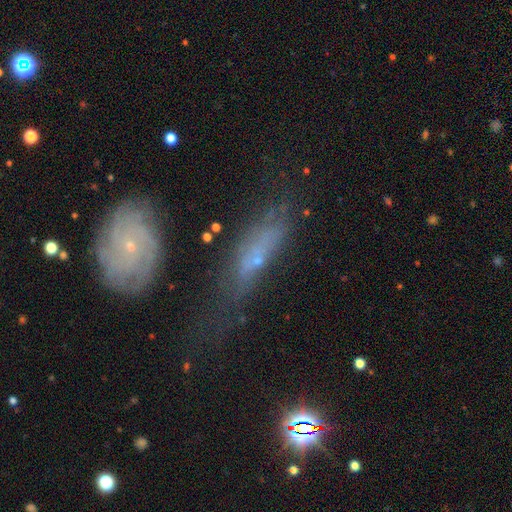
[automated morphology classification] Q: Smooth or featured?
A: featured or disk (52%); runner-up: smooth (34%)
Q: Edge-on disk?
A: no (71%); runner-up: yes (29%)
Q: Merging?
A: none (38%); runner-up: minor disturbance (24%)